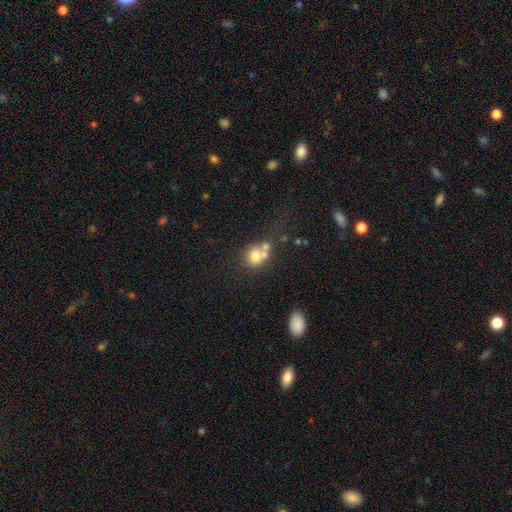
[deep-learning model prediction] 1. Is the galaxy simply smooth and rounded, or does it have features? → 70% smooth, 18% featured or disk, 12% star or artifact.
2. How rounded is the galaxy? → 75% round, 24% in between, 1% cigar-shaped.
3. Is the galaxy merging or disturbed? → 46% merger, 38% none, 10% minor disturbance, 6% major disturbance.